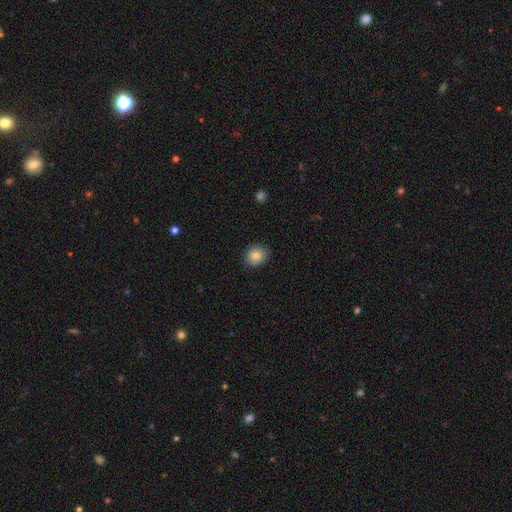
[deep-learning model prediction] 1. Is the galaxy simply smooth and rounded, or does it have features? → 85% smooth, 9% star or artifact, 6% featured or disk.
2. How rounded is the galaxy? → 73% round, 26% in between, 1% cigar-shaped.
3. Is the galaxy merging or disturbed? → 87% none, 10% minor disturbance, 2% major disturbance, 1% merger.